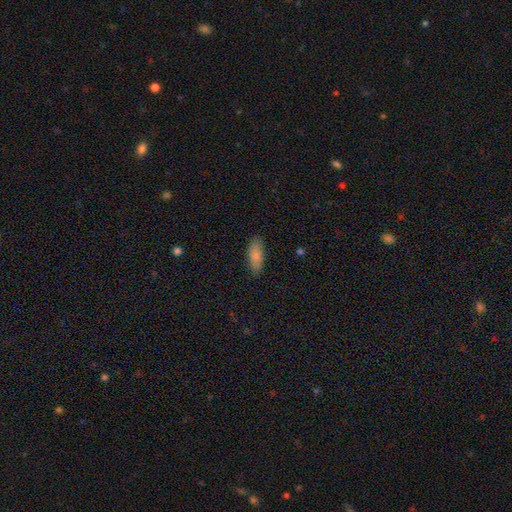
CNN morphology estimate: Overall: smooth (85%). How rounded: in between (76%). Merging: none (83%).